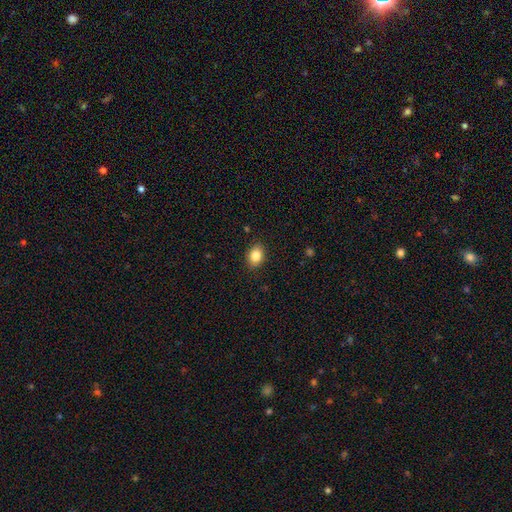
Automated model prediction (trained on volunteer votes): Smooth or featured? smooth (85%)
How rounded? in between (71%)
Merging? none (88%)